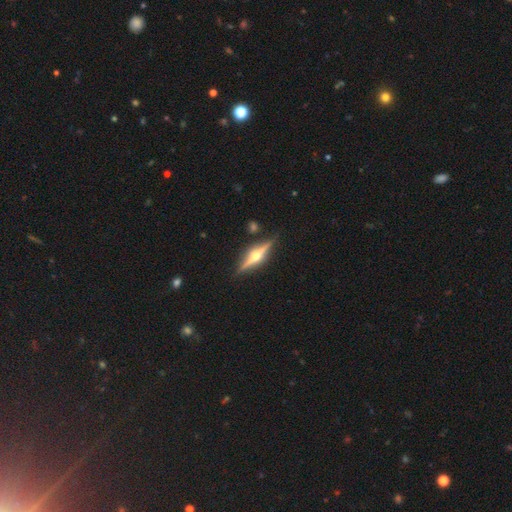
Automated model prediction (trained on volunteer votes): Overall: featured or disk (83%). Edge-on disk: yes (98%). Edge-on bulge: rounded (97%). Merging: none (89%).